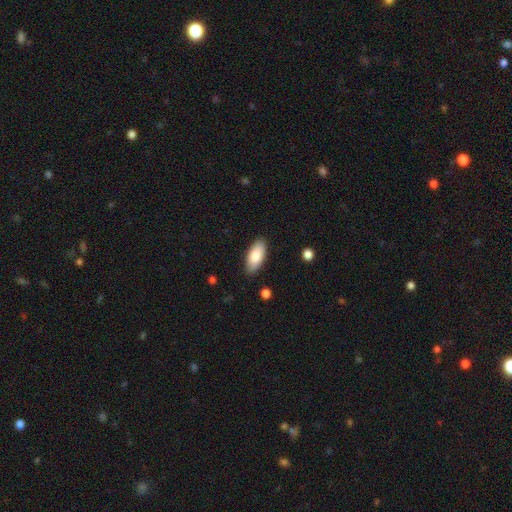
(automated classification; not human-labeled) smooth_or_featured: smooth (p=0.84) [alt: featured or disk p=0.10]
how_rounded: in between (p=0.89) [alt: cigar-shaped p=0.09]
merging: none (p=0.87) [alt: minor disturbance p=0.10]